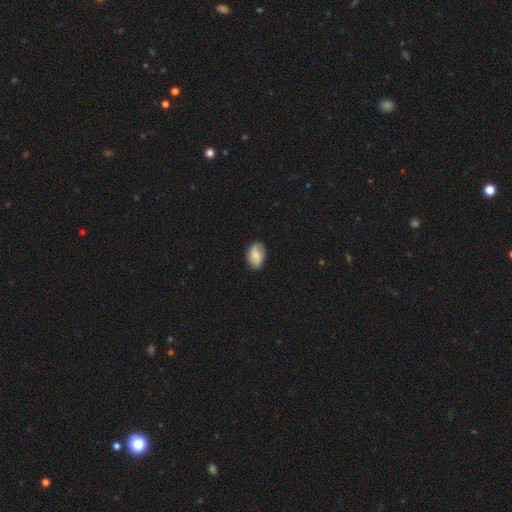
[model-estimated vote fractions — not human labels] This is likely a smooth galaxy (69%). How rounded: clearly in between (84%). Merging: likely none (75%).